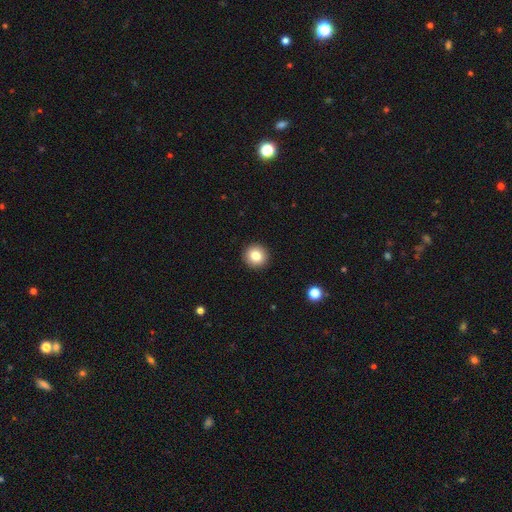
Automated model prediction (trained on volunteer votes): Smooth or featured?
  - smooth: 83% *
  - star or artifact: 10%
  - featured or disk: 7%
How rounded?
  - round: 94% *
  - in between: 5%
  - cigar-shaped: 1%
Merging?
  - none: 93% *
  - minor disturbance: 4%
  - major disturbance: 2%
  - merger: 1%